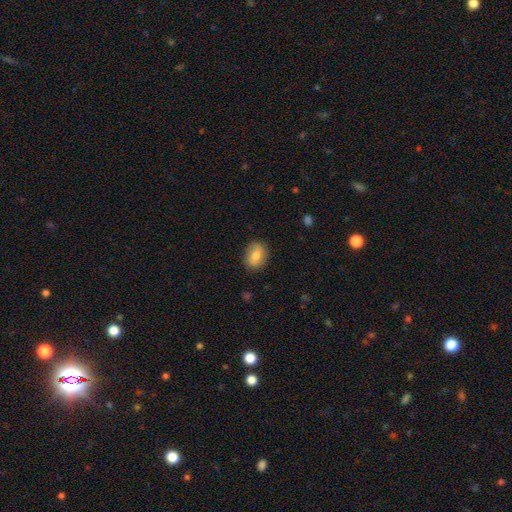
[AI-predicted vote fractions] Smooth or featured: smooth — 69% (featured or disk — 23%)
How rounded: in between — 57% (round — 42%)
Merging: none — 84% (minor disturbance — 12%)